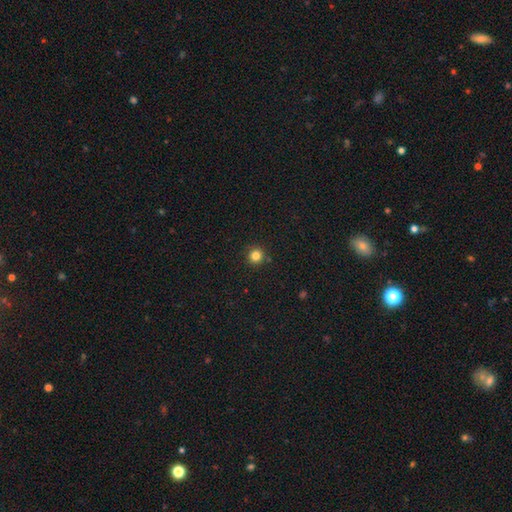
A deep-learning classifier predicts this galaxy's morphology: Smooth or featured? Predicted: smooth (p=0.82). How rounded? Predicted: round (p=0.95). Merging? Predicted: none (p=0.90).